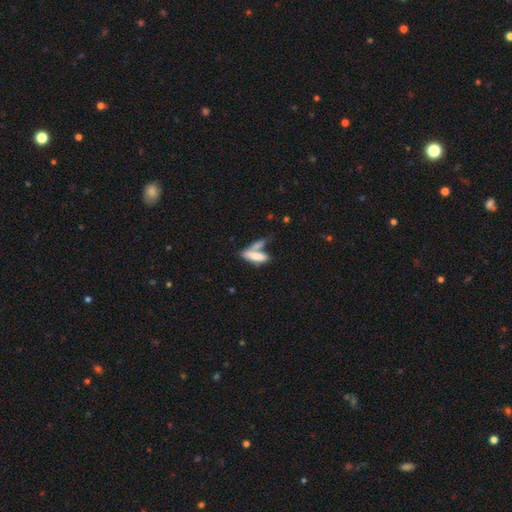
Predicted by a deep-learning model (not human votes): smooth-or-featured: smooth: 75% | featured or disk: 17% | star or artifact: 7%
  how-rounded: in between: 49% | cigar-shaped: 48% | round: 2%
  merging: merger: 45% | none: 34% | minor disturbance: 13% | major disturbance: 8%